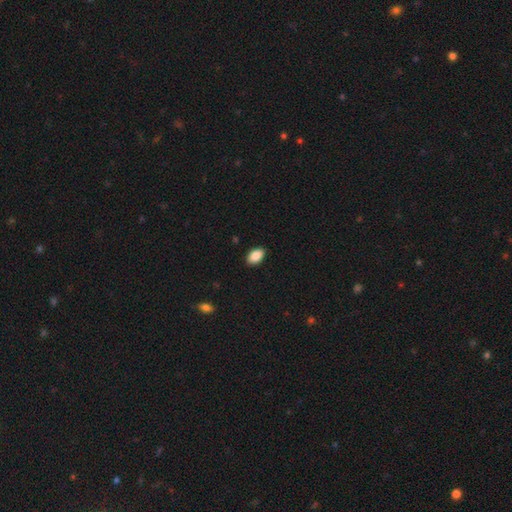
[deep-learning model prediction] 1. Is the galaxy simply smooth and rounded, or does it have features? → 89% smooth, 7% star or artifact, 4% featured or disk.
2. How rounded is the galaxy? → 93% in between, 5% round, 2% cigar-shaped.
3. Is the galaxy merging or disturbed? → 89% none, 8% minor disturbance, 2% major disturbance, 1% merger.